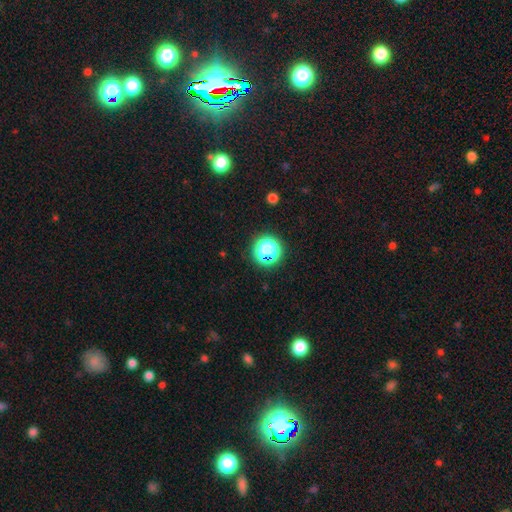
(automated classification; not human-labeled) Smooth or featured: star or artifact — 75% (smooth — 18%)